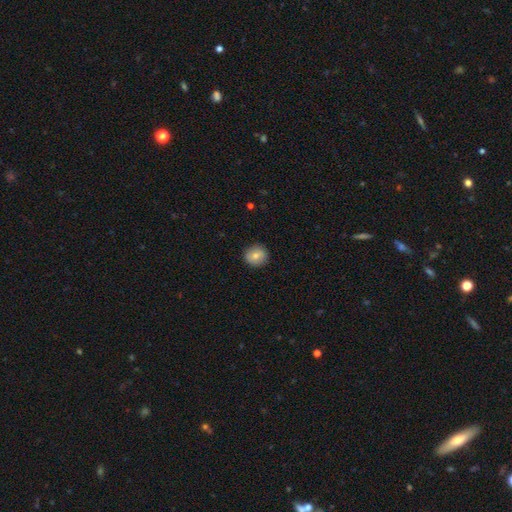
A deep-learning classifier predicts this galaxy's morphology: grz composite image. It shows a smooth galaxy with no disk features (74%) that is round (85%). Merging: none (89%).